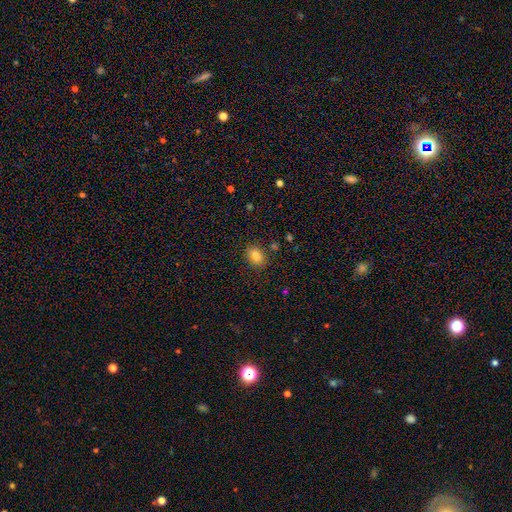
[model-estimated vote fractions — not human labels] A smooth galaxy with no disk features (84%) that is in between round and cigar-shaped (74%).

Vote fractions:
- Smooth or featured? smooth: 84% / star or artifact: 10% / featured or disk: 6%
- How rounded? in between: 74% / round: 25% / cigar-shaped: 1%
- Merging? none: 85% / minor disturbance: 10% / major disturbance: 3% / merger: 2%